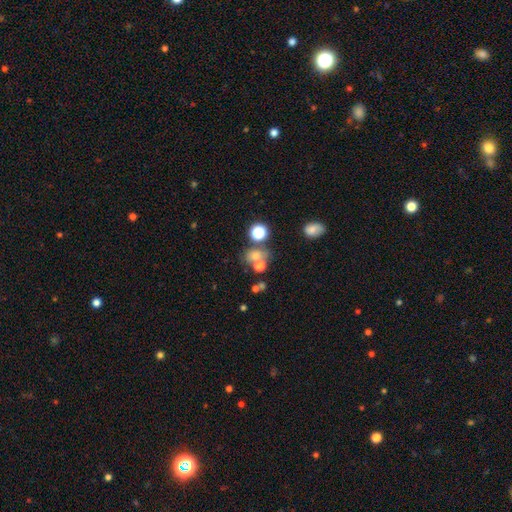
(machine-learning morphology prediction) Q: Smooth or featured?
A: smooth (63%); runner-up: star or artifact (24%)
Q: How rounded?
A: round (60%); runner-up: in between (38%)
Q: Merging?
A: none (45%); runner-up: merger (35%)